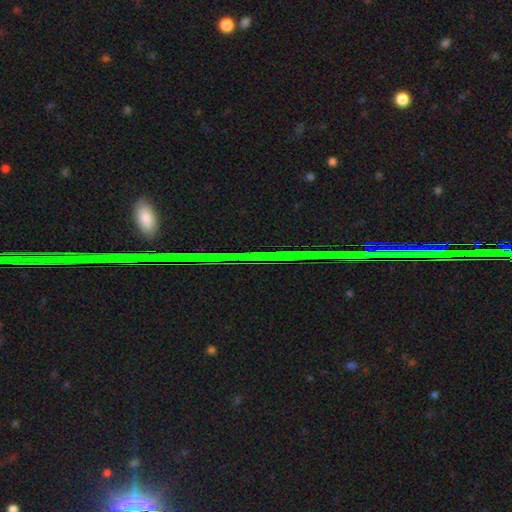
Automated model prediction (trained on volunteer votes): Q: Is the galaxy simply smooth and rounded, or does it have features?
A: star or artifact — 83%.